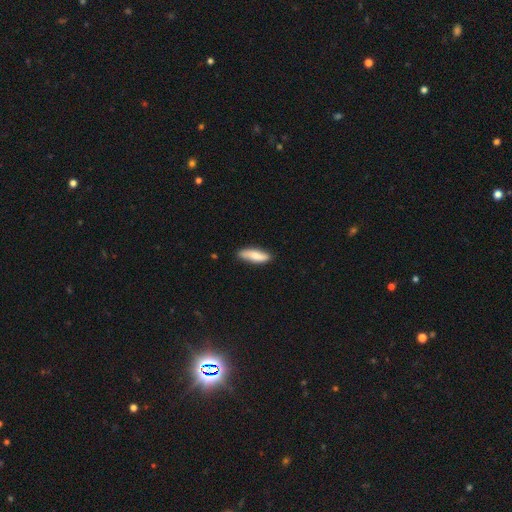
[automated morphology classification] smooth_or_featured: smooth (p=0.74) [alt: featured or disk p=0.20]
how_rounded: in between (p=0.52) [alt: cigar-shaped p=0.46]
merging: none (p=0.80) [alt: minor disturbance p=0.16]